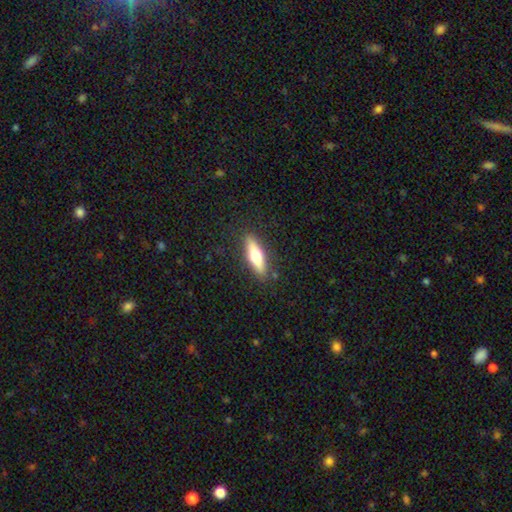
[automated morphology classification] This is possibly a smooth galaxy (54%). How rounded: likely cigar-shaped (63%). Merging: clearly none (87%).